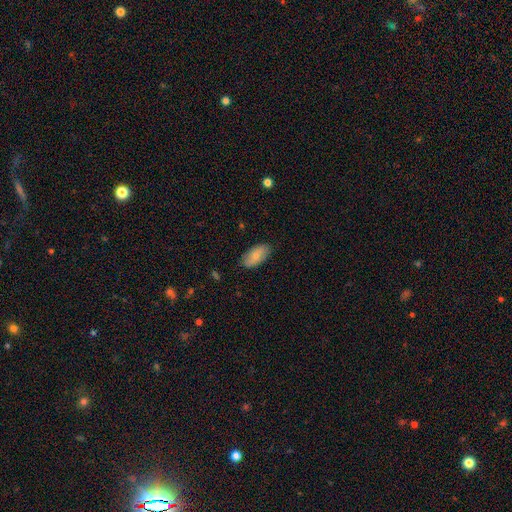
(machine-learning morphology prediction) A smooth galaxy with no disk features (78%) that is in between round and cigar-shaped (93%).

Vote fractions:
- Smooth or featured? smooth: 78% / featured or disk: 16% / star or artifact: 6%
- How rounded? in between: 93% / cigar-shaped: 4% / round: 2%
- Merging? none: 84% / minor disturbance: 13% / major disturbance: 2% / merger: 1%